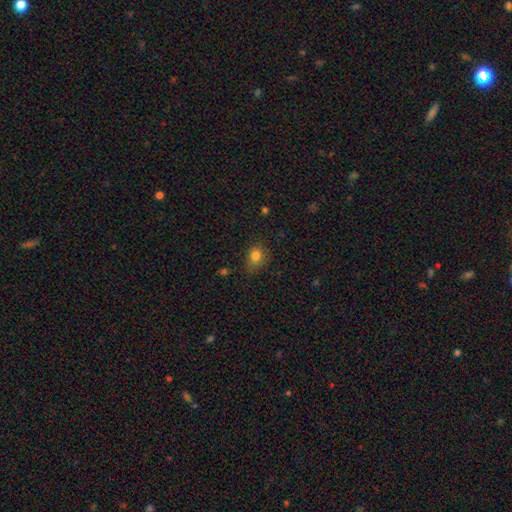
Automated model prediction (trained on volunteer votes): Morphology: type=smooth (81%); roundness=in between (55%); merging=none (63%).